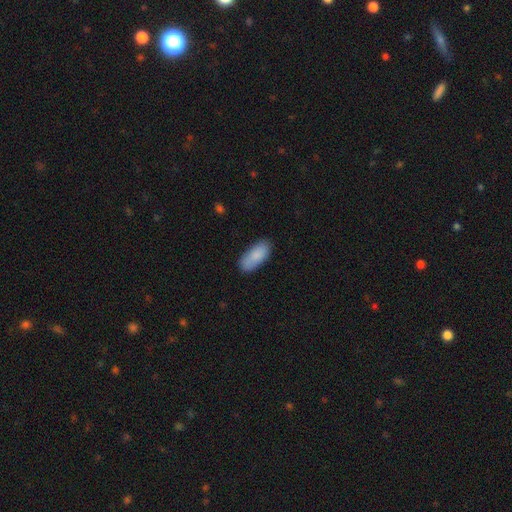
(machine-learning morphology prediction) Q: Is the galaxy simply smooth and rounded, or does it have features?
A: smooth — 87%.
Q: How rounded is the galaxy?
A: in between — 85%.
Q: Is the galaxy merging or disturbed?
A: none — 81%.